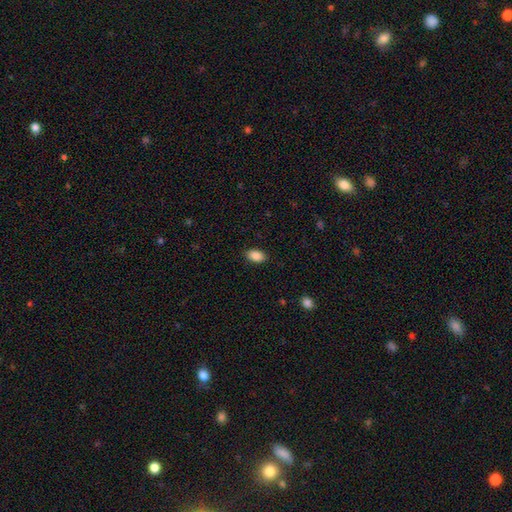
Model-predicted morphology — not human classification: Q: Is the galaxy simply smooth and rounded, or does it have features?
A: smooth — 88%.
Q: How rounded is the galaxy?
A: in between — 92%.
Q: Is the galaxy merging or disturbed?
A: none — 88%.